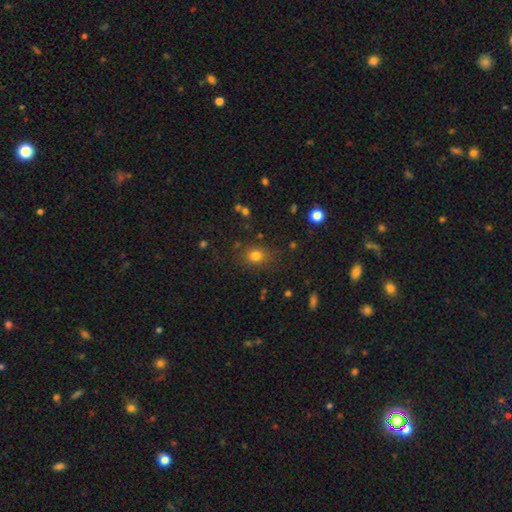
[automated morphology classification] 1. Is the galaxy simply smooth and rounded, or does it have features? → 78% smooth, 15% star or artifact, 7% featured or disk.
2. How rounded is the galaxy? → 53% round, 46% in between, 1% cigar-shaped.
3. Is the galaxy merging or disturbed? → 80% none, 13% minor disturbance, 5% major disturbance, 3% merger.